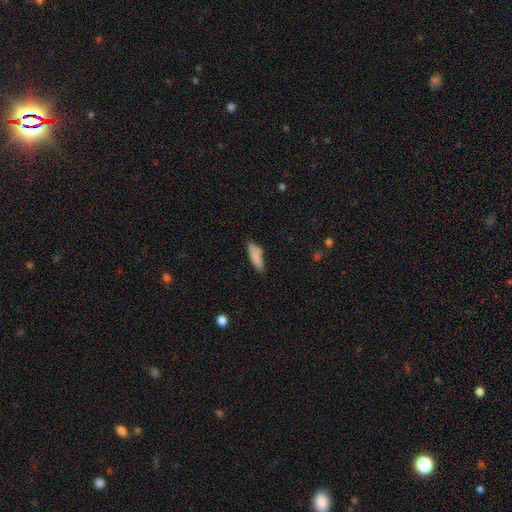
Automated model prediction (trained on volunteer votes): This appears to be a smooth galaxy with no disk features (84%) that is in between round and cigar-shaped (52%). Merging: none (66%).